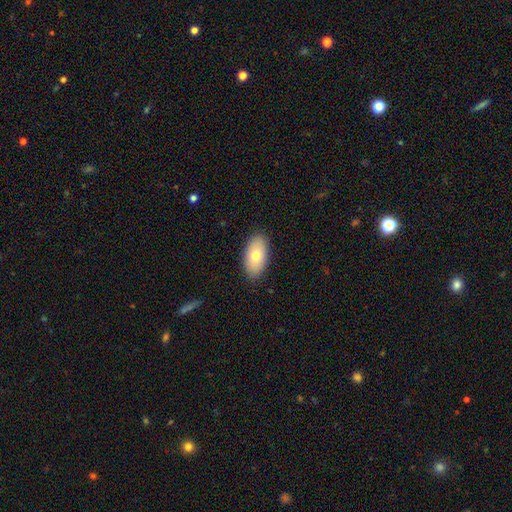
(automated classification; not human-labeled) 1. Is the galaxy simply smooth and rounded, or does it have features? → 73% smooth, 20% featured or disk, 7% star or artifact.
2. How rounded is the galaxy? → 93% in between, 4% round, 3% cigar-shaped.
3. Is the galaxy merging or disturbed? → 88% none, 9% minor disturbance, 2% major disturbance, 1% merger.